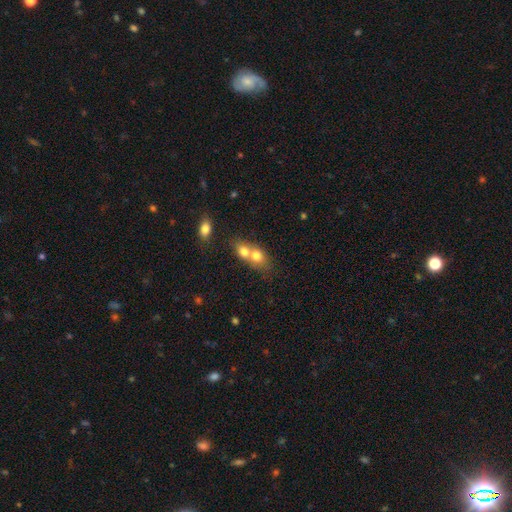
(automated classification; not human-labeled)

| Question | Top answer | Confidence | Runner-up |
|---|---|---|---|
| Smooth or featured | smooth | 73% | featured or disk (18%) |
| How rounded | in between | 54% | round (43%) |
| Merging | merger | 72% | none (20%) |